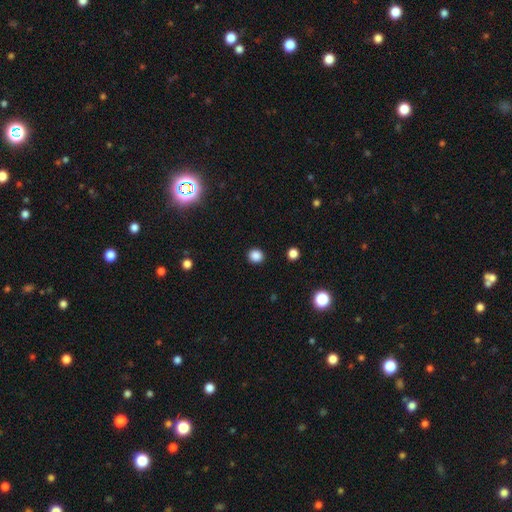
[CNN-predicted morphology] Smooth or featured: smooth — 86% (star or artifact — 11%)
How rounded: round — 88% (in between — 11%)
Merging: none — 92% (minor disturbance — 5%)